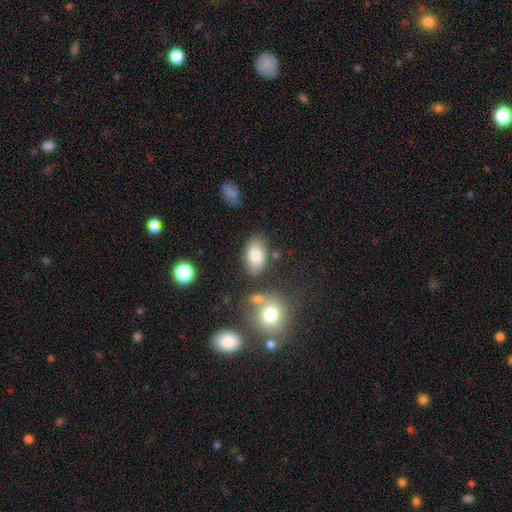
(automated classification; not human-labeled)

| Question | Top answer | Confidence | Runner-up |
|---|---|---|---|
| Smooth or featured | smooth | 84% | featured or disk (9%) |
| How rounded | in between | 92% | round (6%) |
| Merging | none | 73% | minor disturbance (16%) |